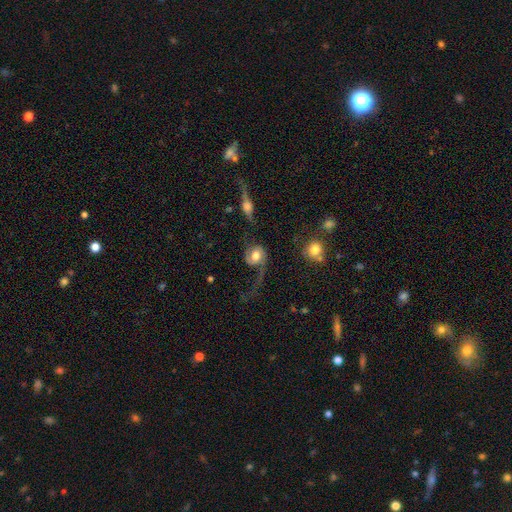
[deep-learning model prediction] This appears to be a featured or disk galaxy (63%) with no bar (68%), 1 (51%) loose (66%) spiral arms (86%) and a moderate central bulge (53%). Merging: major disturbance (47%).